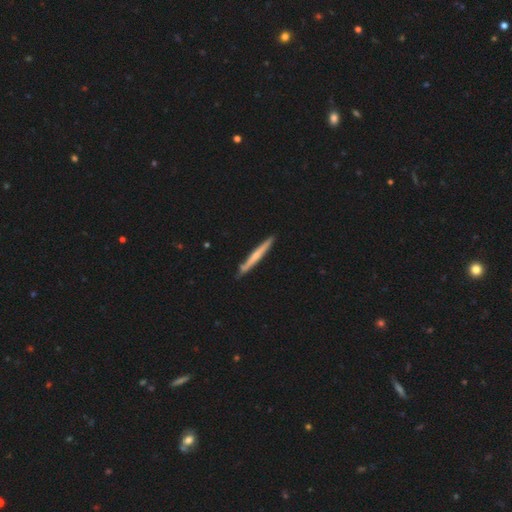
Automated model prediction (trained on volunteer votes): A featured or disk galaxy (48%).

Vote fractions:
- Smooth or featured? featured or disk: 48% / smooth: 47% / star or artifact: 5%
- Merging? none: 87% / minor disturbance: 10% / merger: 2% / major disturbance: 2%